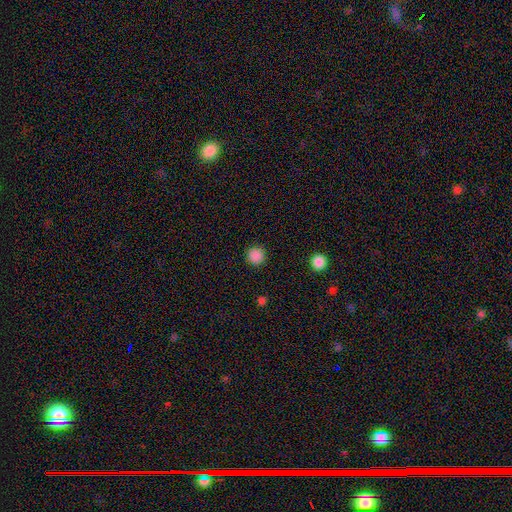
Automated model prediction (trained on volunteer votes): Smooth or featured? Predicted: smooth (p=0.87). How rounded? Predicted: round (p=0.95). Merging? Predicted: none (p=0.91).